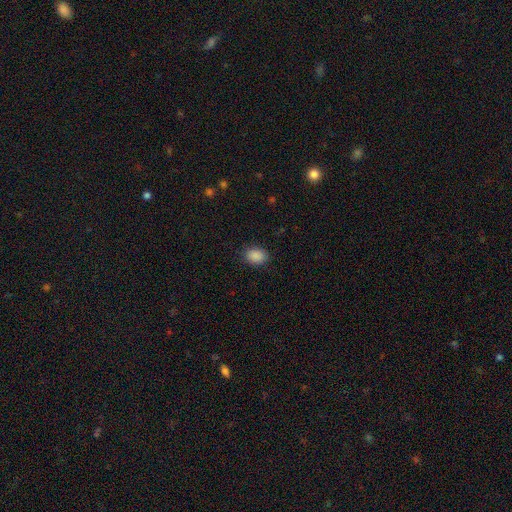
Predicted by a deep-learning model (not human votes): This appears to be a smooth galaxy with no disk features (89%) that is in between round and cigar-shaped (71%). Merging: none (87%).